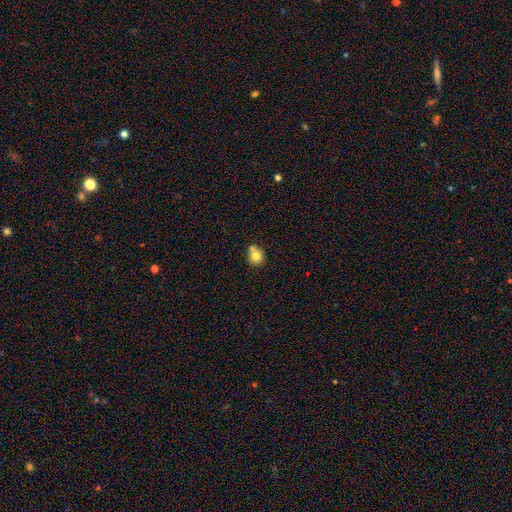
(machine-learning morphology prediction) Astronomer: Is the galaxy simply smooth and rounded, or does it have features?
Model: smooth — 78%.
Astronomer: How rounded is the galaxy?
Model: round — 84%.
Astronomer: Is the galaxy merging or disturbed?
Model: none — 54% (runner-up: merger, 32%).